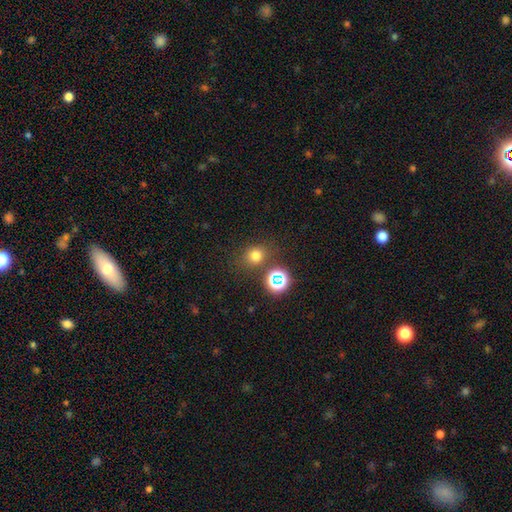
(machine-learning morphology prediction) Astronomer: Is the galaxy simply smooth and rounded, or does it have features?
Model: smooth — 72%.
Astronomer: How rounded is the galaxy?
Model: round — 74%.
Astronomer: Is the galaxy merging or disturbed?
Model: none — 77%.